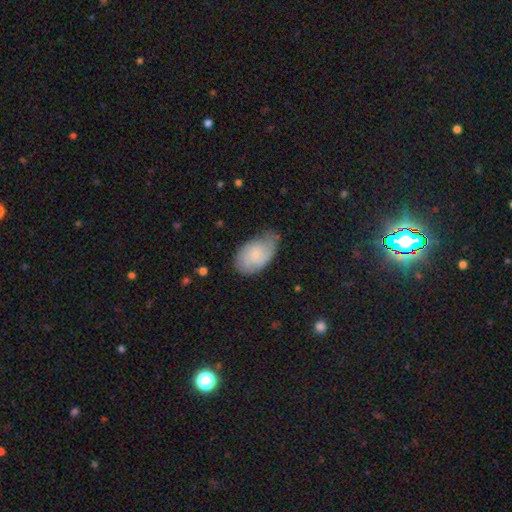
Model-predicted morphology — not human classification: Smooth or featured? Predicted: smooth (p=0.55). How rounded? Predicted: in between (p=0.92). Merging? Predicted: none (p=0.53).